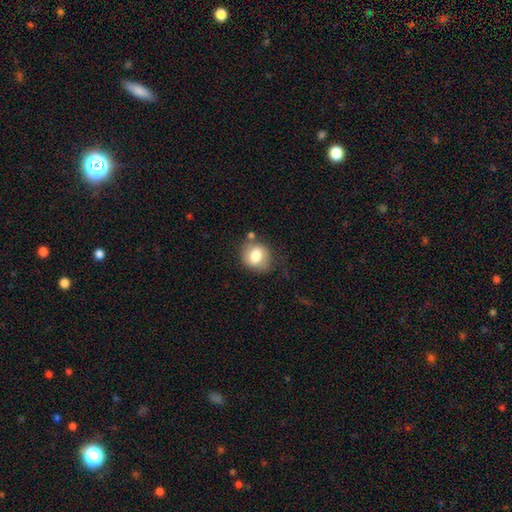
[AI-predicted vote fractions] Morphology: type=smooth (73%); roundness=round (67%); merging=none (64%).